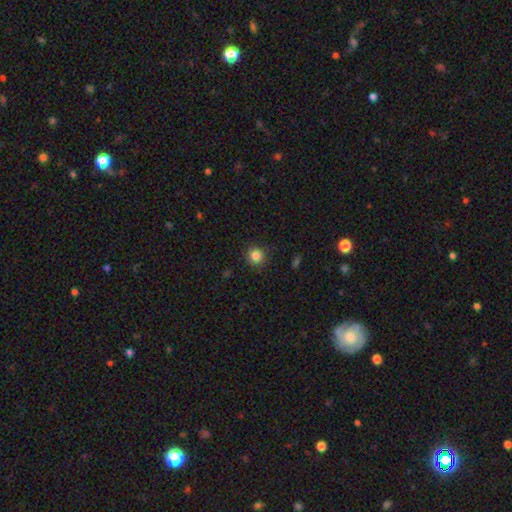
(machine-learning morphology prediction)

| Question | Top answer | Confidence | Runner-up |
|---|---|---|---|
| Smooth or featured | smooth | 84% | star or artifact (11%) |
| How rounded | round | 93% | in between (7%) |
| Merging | none | 89% | minor disturbance (8%) |